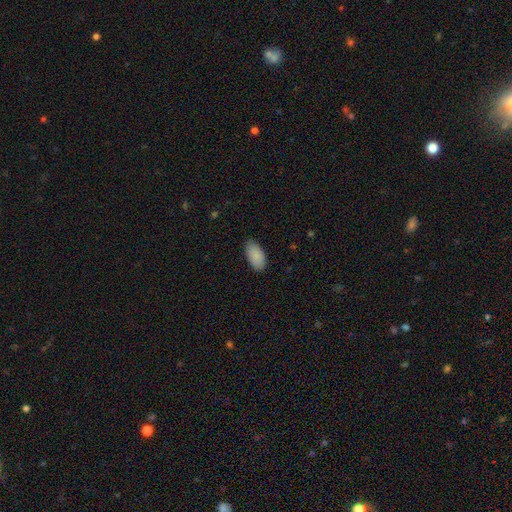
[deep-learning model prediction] smooth 89%, star or artifact 6%, featured or disk 4%. Down the decision tree: how rounded — in between (95%); merging — none (81%).